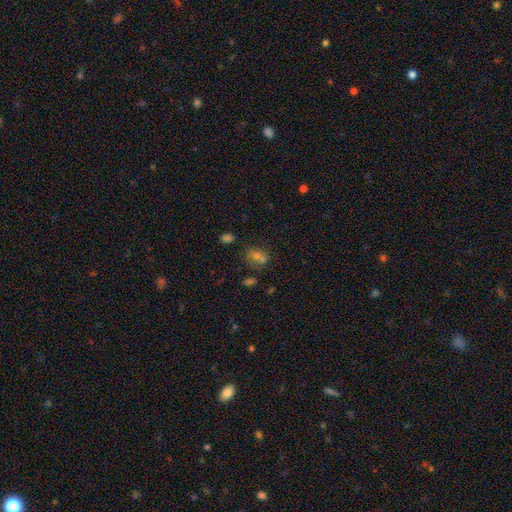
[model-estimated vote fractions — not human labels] The model was most divided on "smooth or featured": smooth: 50%, star or artifact: 34%, featured or disk: 16%. More confident: merging — none (61%).